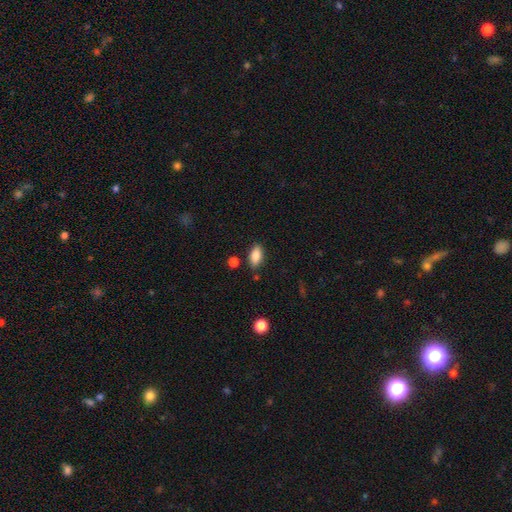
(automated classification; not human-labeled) smooth_or_featured: smooth (p=0.85) [alt: star or artifact p=0.08]
how_rounded: in between (p=0.89) [alt: cigar-shaped p=0.07]
merging: none (p=0.83) [alt: minor disturbance p=0.11]